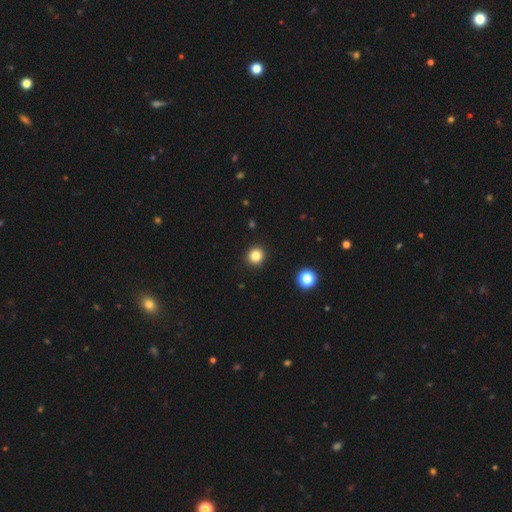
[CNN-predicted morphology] This appears to be a smooth galaxy with no disk features (84%) that is round (91%). Merging: none (92%).